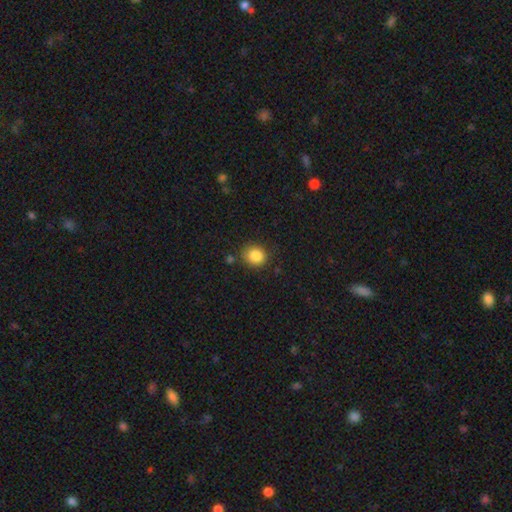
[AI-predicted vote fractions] Morphology: type=smooth (86%); roundness=round (76%); merging=none (81%).